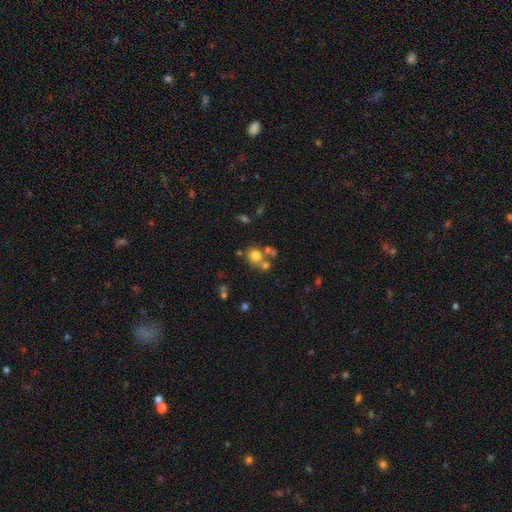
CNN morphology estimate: Overall: smooth (71%). How rounded: round (84%). Merging: none (58%; merger 28%).